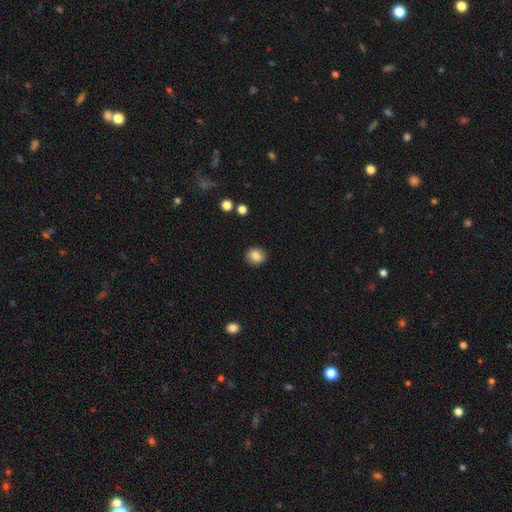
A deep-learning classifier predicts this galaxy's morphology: Smooth or featured: smooth — 82% (featured or disk — 9%)
How rounded: round — 77% (in between — 22%)
Merging: none — 90% (minor disturbance — 7%)